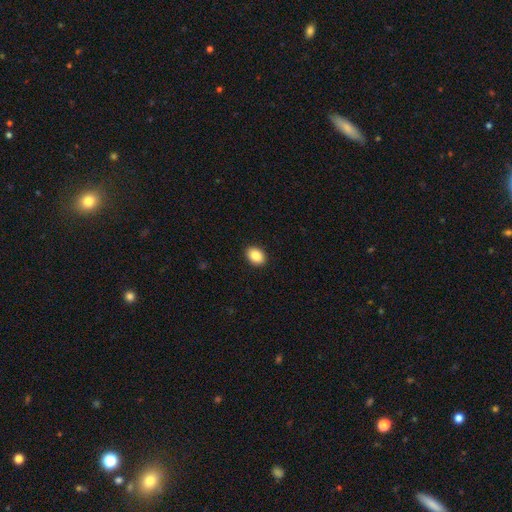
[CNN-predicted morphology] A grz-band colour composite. It shows a smooth galaxy with no disk features (88%) that is in between round and cigar-shaped (77%). Merging: none (91%).